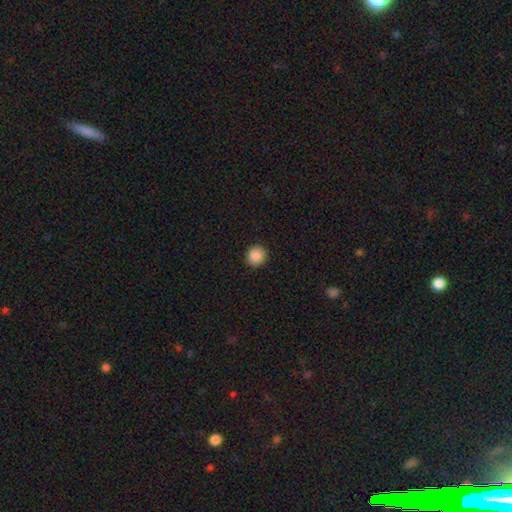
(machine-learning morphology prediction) Q: Smooth or featured?
A: smooth (89%); runner-up: star or artifact (9%)
Q: How rounded?
A: round (87%); runner-up: in between (12%)
Q: Merging?
A: none (91%); runner-up: minor disturbance (6%)